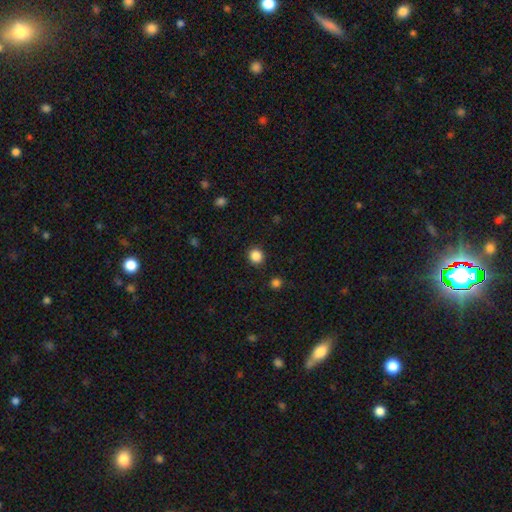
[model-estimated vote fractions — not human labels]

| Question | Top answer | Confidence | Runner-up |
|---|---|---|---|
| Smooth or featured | smooth | 86% | star or artifact (11%) |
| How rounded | round | 90% | in between (9%) |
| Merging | none | 91% | minor disturbance (6%) |